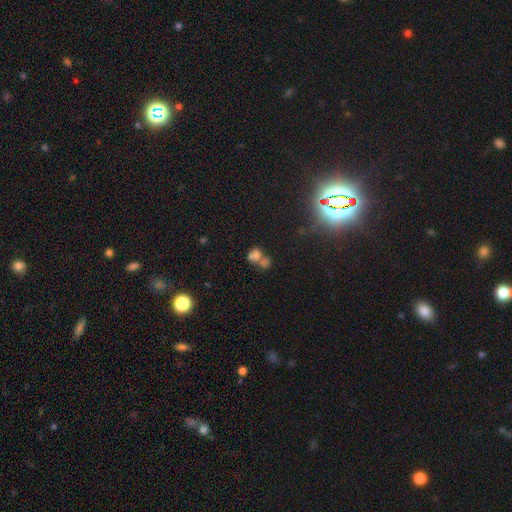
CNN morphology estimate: Smooth or featured?
  - smooth: 63% *
  - star or artifact: 20%
  - featured or disk: 17%
How rounded?
  - round: 53% *
  - in between: 45%
  - cigar-shaped: 2%
Merging?
  - merger: 63% *
  - none: 24%
  - minor disturbance: 7%
  - major disturbance: 6%